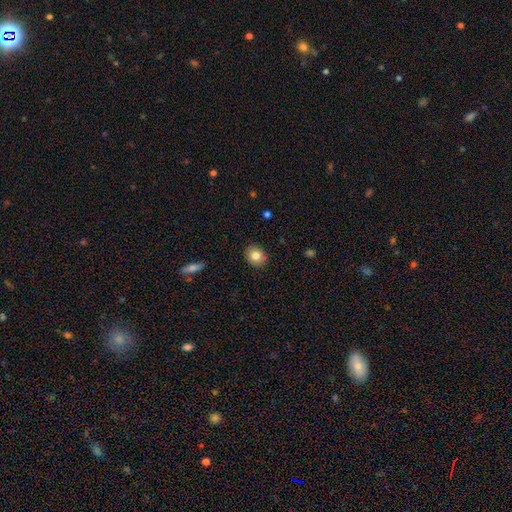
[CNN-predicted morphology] A smooth galaxy with no disk features (81%) that is round (63%).

Vote fractions:
- Smooth or featured? smooth: 81% / featured or disk: 10% / star or artifact: 9%
- How rounded? round: 63% / in between: 36% / cigar-shaped: 1%
- Merging? none: 88% / minor disturbance: 9% / major disturbance: 2% / merger: 1%